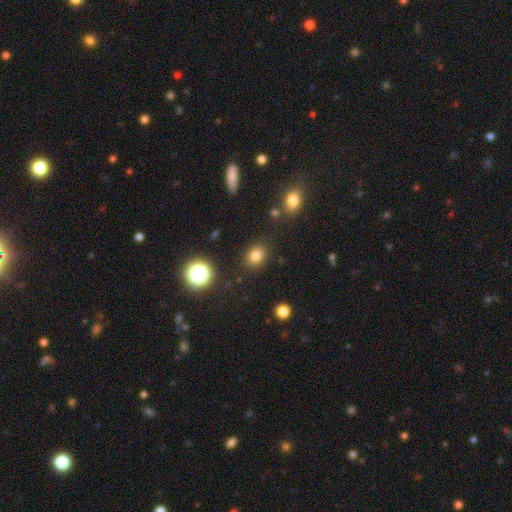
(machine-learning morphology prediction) Smooth or featured: smooth — 79% (star or artifact — 14%)
How rounded: round — 56% (in between — 43%)
Merging: none — 86% (minor disturbance — 9%)